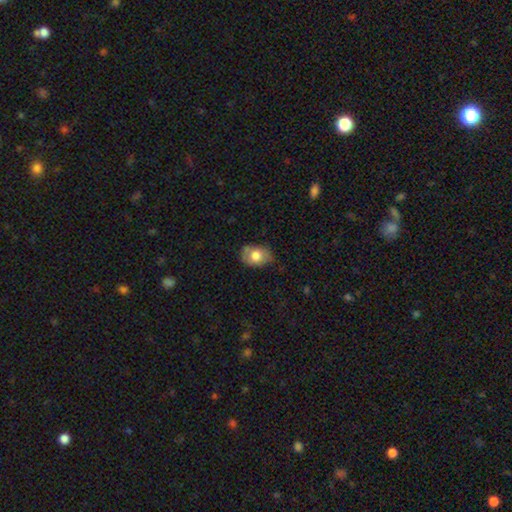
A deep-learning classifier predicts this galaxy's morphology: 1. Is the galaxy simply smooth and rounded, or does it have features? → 72% smooth, 21% featured or disk, 7% star or artifact.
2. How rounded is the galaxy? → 78% in between, 21% round, 1% cigar-shaped.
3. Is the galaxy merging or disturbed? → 69% none, 24% minor disturbance, 5% major disturbance, 2% merger.